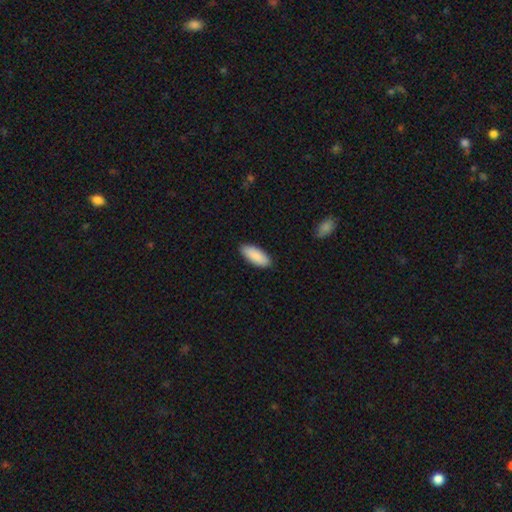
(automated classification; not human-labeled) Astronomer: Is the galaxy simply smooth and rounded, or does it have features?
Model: smooth — 90%.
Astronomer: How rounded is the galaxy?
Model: in between — 80%.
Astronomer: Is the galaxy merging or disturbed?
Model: none — 89%.